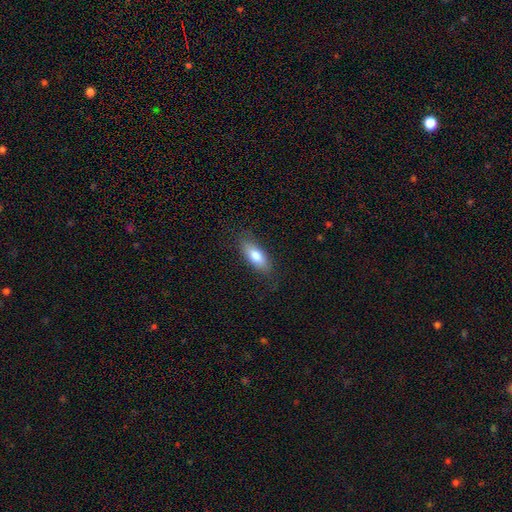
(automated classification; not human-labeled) Smooth or featured? Predicted: smooth (p=0.79). How rounded? Predicted: in between (p=0.77). Merging? Predicted: none (p=0.81).